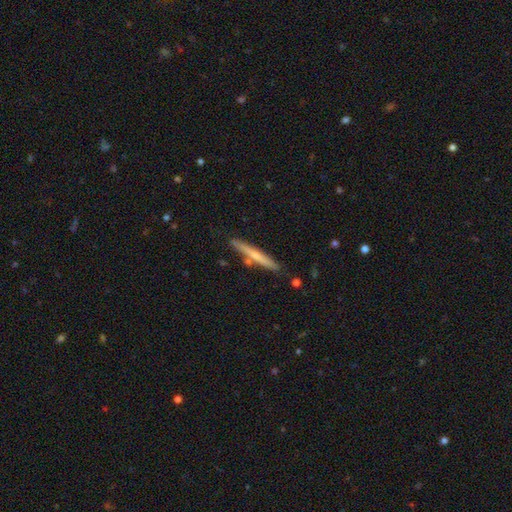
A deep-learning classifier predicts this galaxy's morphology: smooth 51%, featured or disk 44%, star or artifact 6%. Down the decision tree: how rounded — cigar-shaped (96%); merging — none (83%).